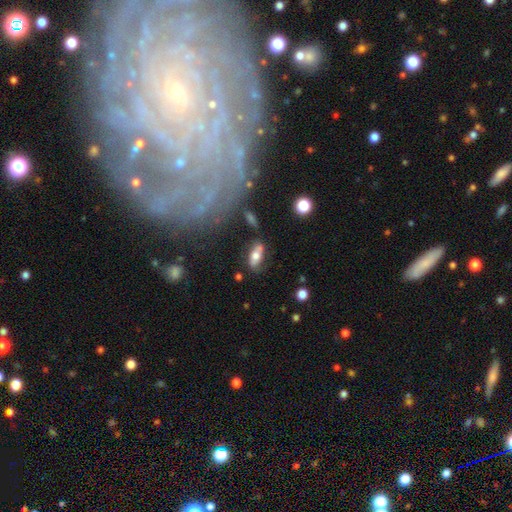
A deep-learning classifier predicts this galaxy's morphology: A smooth galaxy with no disk features (64%) that is in between round and cigar-shaped (82%). Merging: none (62%).